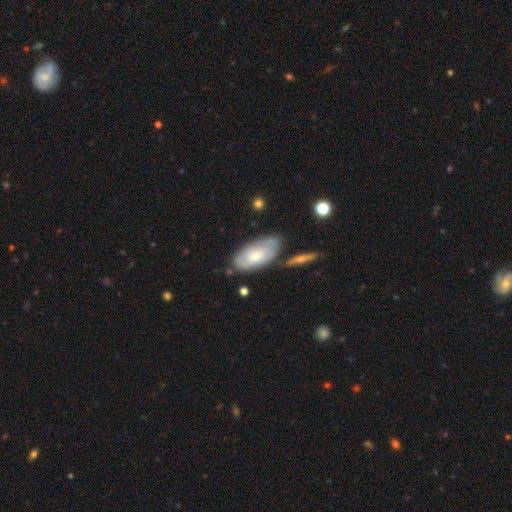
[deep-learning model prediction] The model was most divided on "smooth or featured": smooth: 53%, featured or disk: 41%, star or artifact: 6%. More confident: how rounded — in between (91%); merging — none (65%).